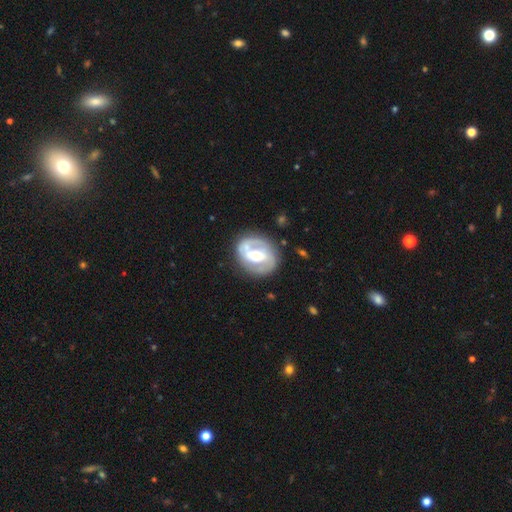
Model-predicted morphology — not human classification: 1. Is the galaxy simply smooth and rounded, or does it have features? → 79% featured or disk, 17% smooth, 5% star or artifact.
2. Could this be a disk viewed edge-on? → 97% no, 3% yes.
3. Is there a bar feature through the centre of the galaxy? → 37% weak, 35% strong, 28% no.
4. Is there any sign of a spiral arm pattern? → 79% yes, 21% no.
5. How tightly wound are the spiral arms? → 43% medium, 39% tight, 18% loose.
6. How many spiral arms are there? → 82% 2, 10% can't tell, 4% 1, 2% 3, 1% 4, 1% more than 4.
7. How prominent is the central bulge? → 64% moderate, 28% small, 5% large, 1% none, 1% dominant.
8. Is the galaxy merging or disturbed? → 79% none, 14% minor disturbance, 6% major disturbance, 2% merger.